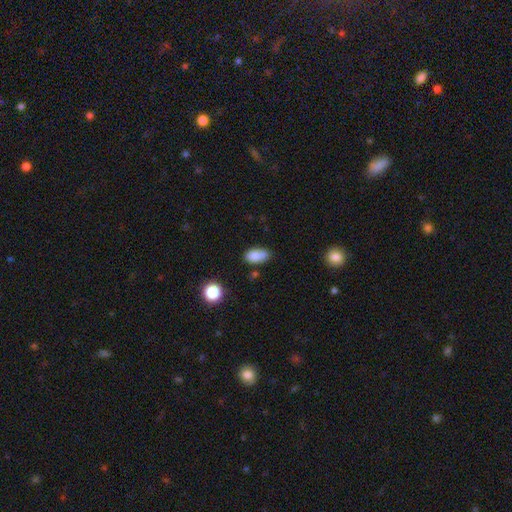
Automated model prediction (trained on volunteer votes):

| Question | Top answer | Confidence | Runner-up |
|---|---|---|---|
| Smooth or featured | smooth | 79% | featured or disk (11%) |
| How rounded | in between | 87% | round (10%) |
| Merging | none | 50% | merger (23%) |